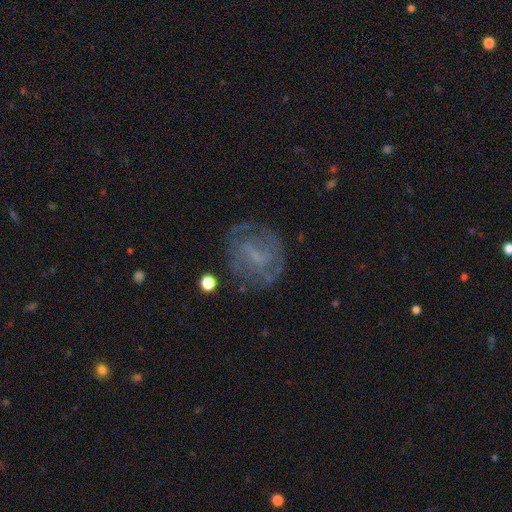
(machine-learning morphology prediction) This is likely a featured or disk galaxy (63%). It is clearly not viewed edge-on (96%). Bar: possibly weak (48%). Spiral arm pattern: likely yes (63%). Central bulge: marginally small (43%). Merging: likely none (65%).